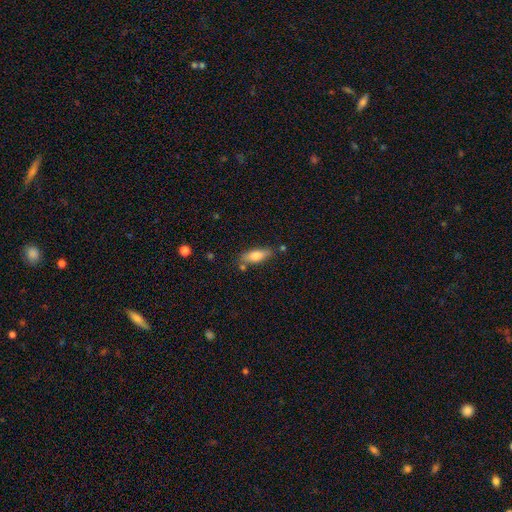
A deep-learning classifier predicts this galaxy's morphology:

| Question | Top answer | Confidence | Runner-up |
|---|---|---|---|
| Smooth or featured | smooth | 74% | featured or disk (20%) |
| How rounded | in between | 64% | cigar-shaped (34%) |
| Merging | none | 72% | minor disturbance (17%) |